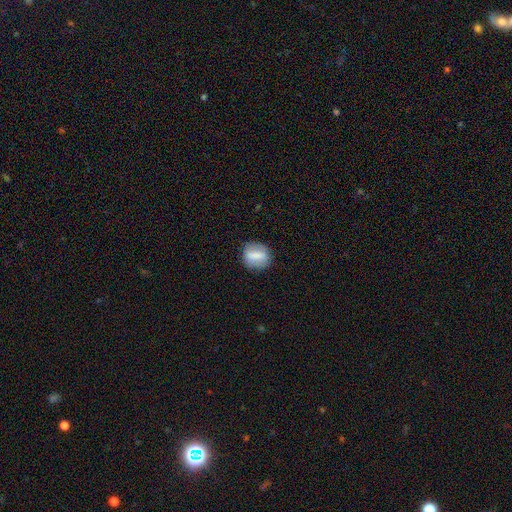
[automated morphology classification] This is likely a smooth galaxy (66%). How rounded: possibly round (57%). Merging: clearly none (83%).